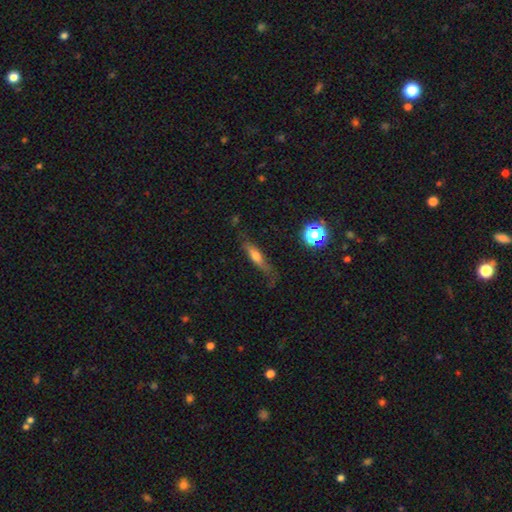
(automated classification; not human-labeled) smooth-or-featured: smooth: 53% | featured or disk: 37% | star or artifact: 10%
  how-rounded: cigar-shaped: 70% | in between: 26% | round: 4%
  merging: none: 62% | minor disturbance: 26% | major disturbance: 10% | merger: 2%